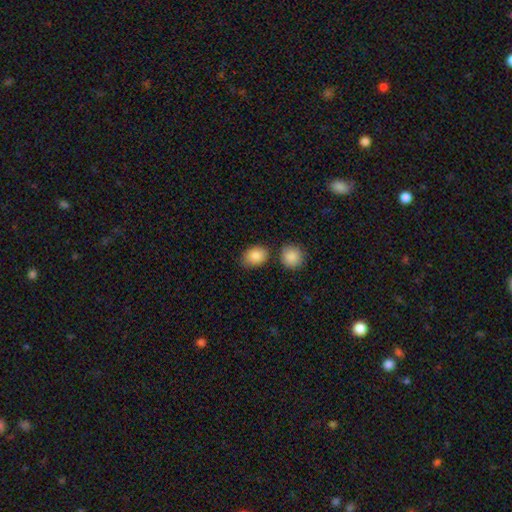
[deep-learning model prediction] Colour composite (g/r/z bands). It shows a smooth galaxy with no disk features (88%) that is in between round and cigar-shaped (72%). Merging: none (71%).